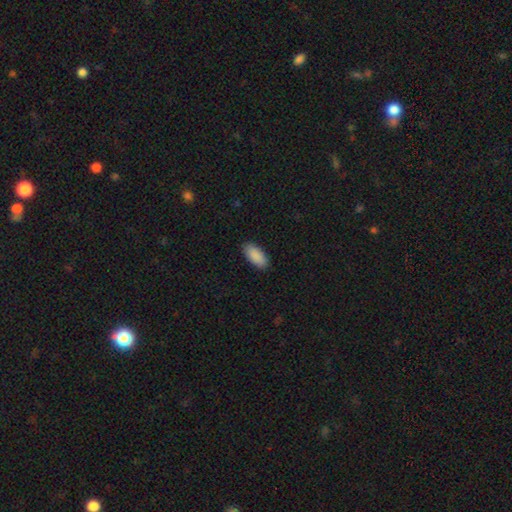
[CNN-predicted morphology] A smooth galaxy with no disk features (91%) that is in between round and cigar-shaped (92%).

Vote fractions:
- Smooth or featured? smooth: 91% / star or artifact: 6% / featured or disk: 3%
- How rounded? in between: 92% / cigar-shaped: 6% / round: 2%
- Merging? none: 89% / minor disturbance: 8% / major disturbance: 2% / merger: 1%